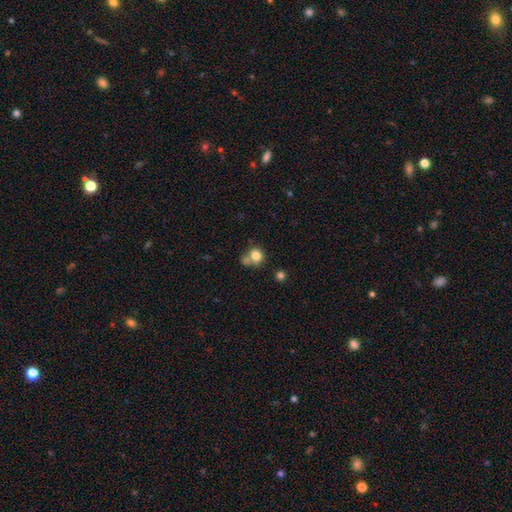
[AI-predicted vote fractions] A smooth galaxy with no disk features (79%) that is round (76%). Merging: none (47%).